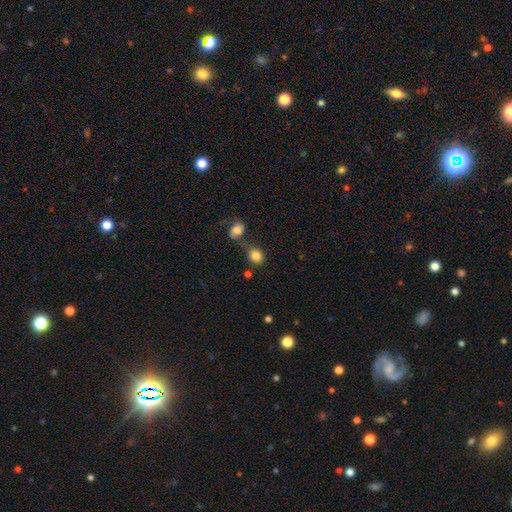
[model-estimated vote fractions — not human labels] Smooth or featured?
  - smooth: 83% *
  - star or artifact: 9%
  - featured or disk: 8%
How rounded?
  - round: 61% *
  - in between: 37%
  - cigar-shaped: 1%
Merging?
  - none: 52% *
  - merger: 27%
  - minor disturbance: 14%
  - major disturbance: 6%